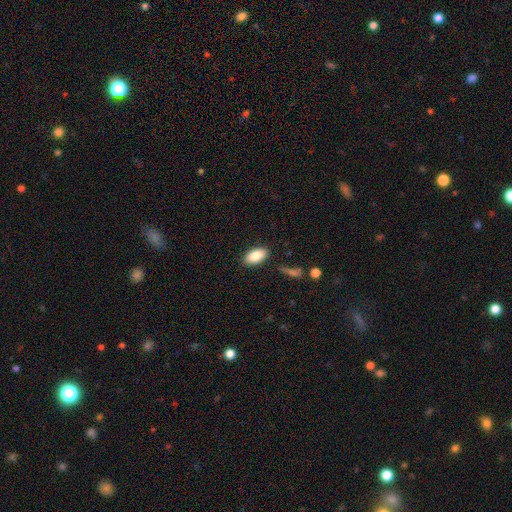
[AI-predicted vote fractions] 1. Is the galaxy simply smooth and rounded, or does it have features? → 86% smooth, 7% featured or disk, 7% star or artifact.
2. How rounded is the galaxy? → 92% in between, 4% cigar-shaped, 3% round.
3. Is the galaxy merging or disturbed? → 86% none, 10% minor disturbance, 3% major disturbance, 2% merger.